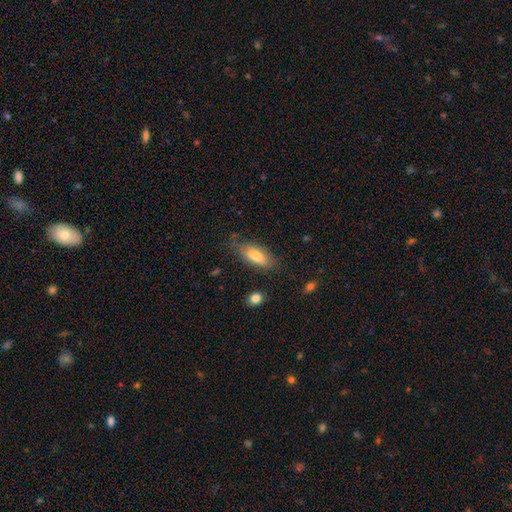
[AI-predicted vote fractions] Smooth or featured?
  - smooth: 75% *
  - featured or disk: 18%
  - star or artifact: 7%
How rounded?
  - in between: 73% *
  - cigar-shaped: 24%
  - round: 2%
Merging?
  - none: 71% *
  - minor disturbance: 21%
  - major disturbance: 5%
  - merger: 3%